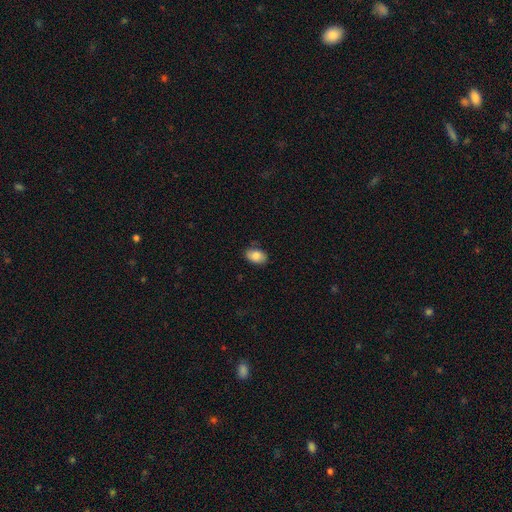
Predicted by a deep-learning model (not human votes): The model was most divided on "merging": none: 78%, minor disturbance: 17%, major disturbance: 3%, merger: 1%. More confident: how rounded — in between (86%); smooth or featured — smooth (84%).